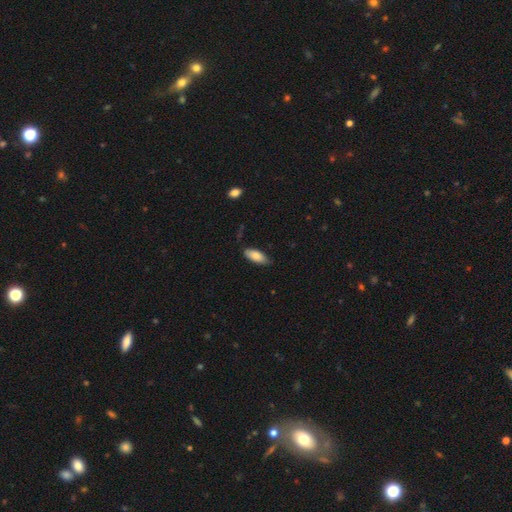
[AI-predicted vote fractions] smooth 83%, featured or disk 11%, star or artifact 6%. Down the decision tree: how rounded — in between (82%); merging — none (77%).